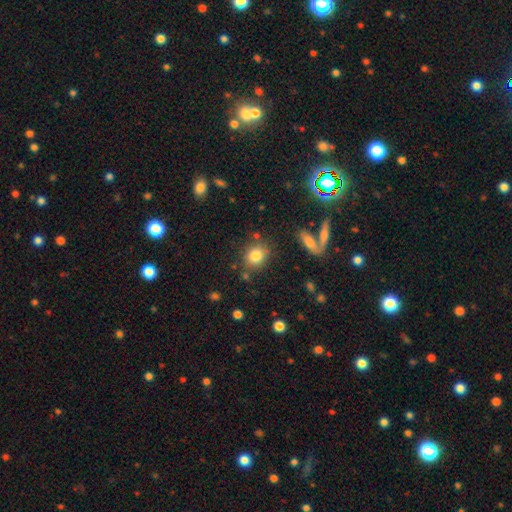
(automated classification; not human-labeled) Smooth or featured? Predicted: smooth (p=0.82). How rounded? Predicted: round (p=0.65). Merging? Predicted: none (p=0.77).